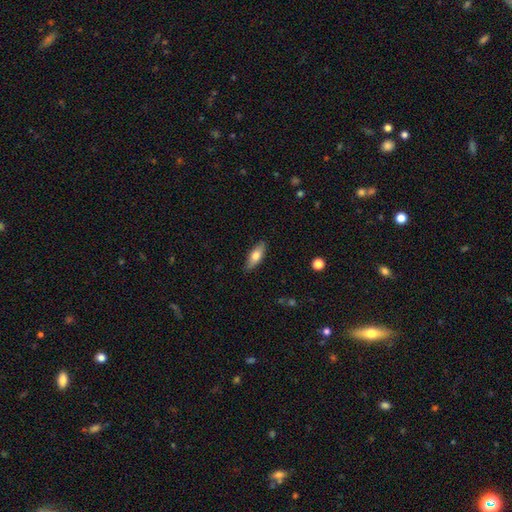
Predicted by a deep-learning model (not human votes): This appears to be a smooth galaxy with no disk features (70%) that is in between round and cigar-shaped (66%). Merging: none (86%).